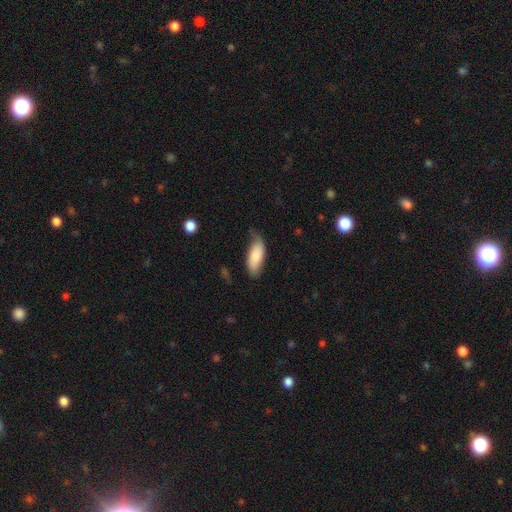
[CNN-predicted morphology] Smooth or featured?
  - smooth: 79% *
  - featured or disk: 15%
  - star or artifact: 6%
How rounded?
  - in between: 82% *
  - cigar-shaped: 16%
  - round: 2%
Merging?
  - none: 53% *
  - minor disturbance: 35%
  - major disturbance: 10%
  - merger: 2%